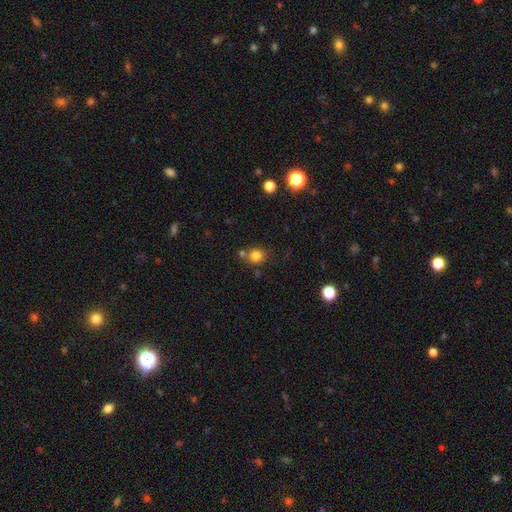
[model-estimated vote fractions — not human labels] Smooth or featured: smooth — 81% (star or artifact — 13%)
How rounded: round — 83% (in between — 16%)
Merging: none — 70% (merger — 16%)